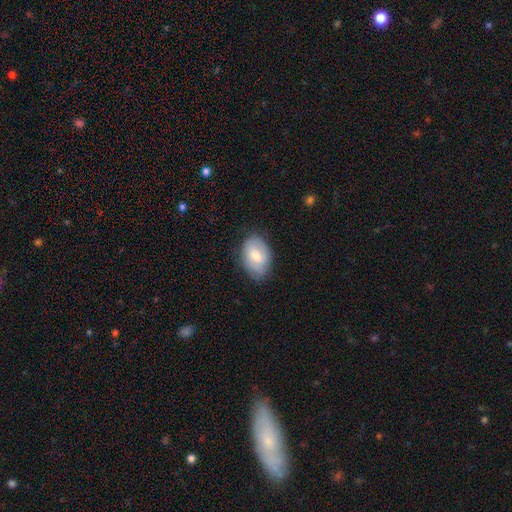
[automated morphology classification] Overall: smooth (64%; featured or disk 30%). How rounded: in between (84%). Merging: none (73%).